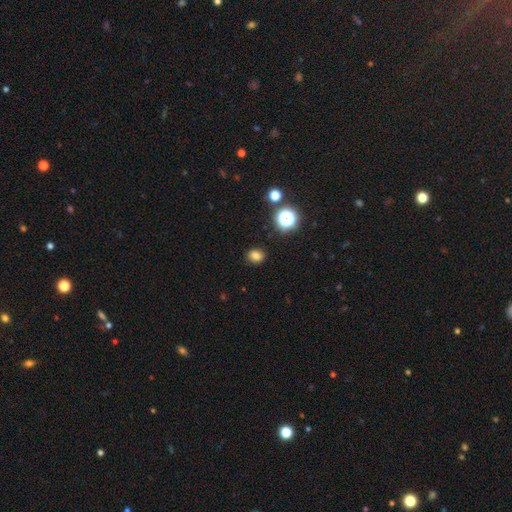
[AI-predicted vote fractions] A smooth galaxy with no disk features (79%) that is round (58%).

Vote fractions:
- Smooth or featured? smooth: 79% / star or artifact: 16% / featured or disk: 6%
- How rounded? round: 58% / in between: 41% / cigar-shaped: 1%
- Merging? none: 89% / minor disturbance: 8% / major disturbance: 2% / merger: 1%